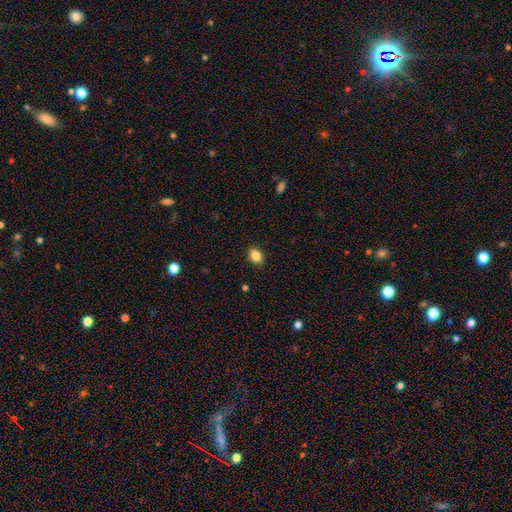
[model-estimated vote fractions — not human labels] Q: Smooth or featured?
A: smooth (86%); runner-up: star or artifact (9%)
Q: How rounded?
A: in between (70%); runner-up: round (29%)
Q: Merging?
A: none (90%); runner-up: minor disturbance (7%)